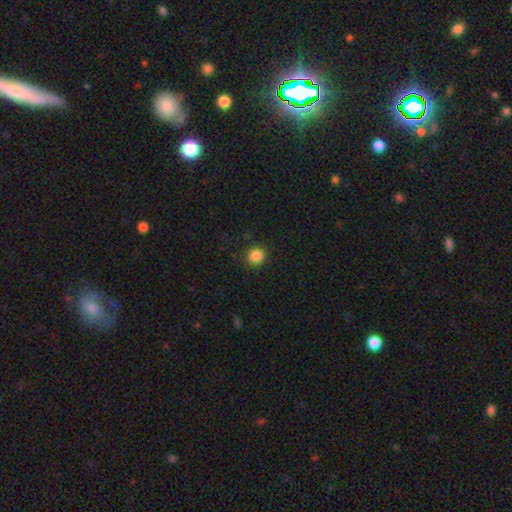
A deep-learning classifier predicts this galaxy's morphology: This is clearly a smooth galaxy (86%). How rounded: clearly round (90%). Merging: clearly none (90%).